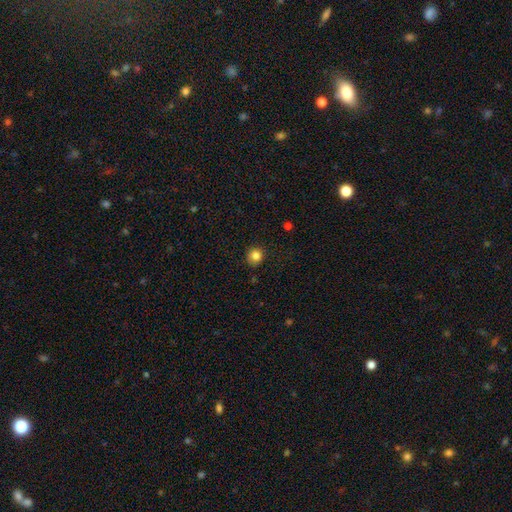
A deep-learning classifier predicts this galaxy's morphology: The model was most divided on "smooth or featured": smooth: 83%, star or artifact: 11%, featured or disk: 6%. More confident: how rounded — round (88%); merging — none (86%).